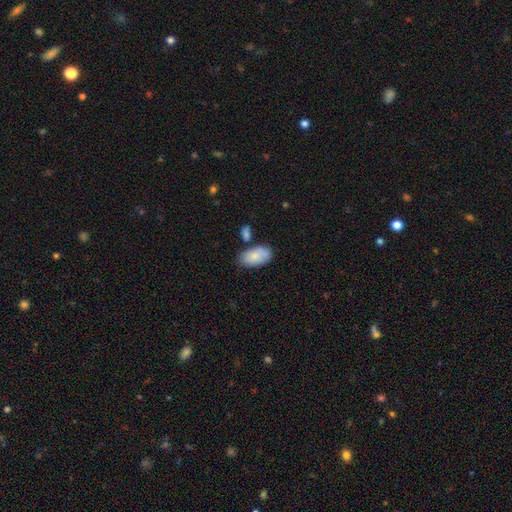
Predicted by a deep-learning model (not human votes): The model was most divided on "merging": none: 67%, minor disturbance: 18%, merger: 12%, major disturbance: 4%. More confident: how rounded — in between (95%); smooth or featured — smooth (81%).